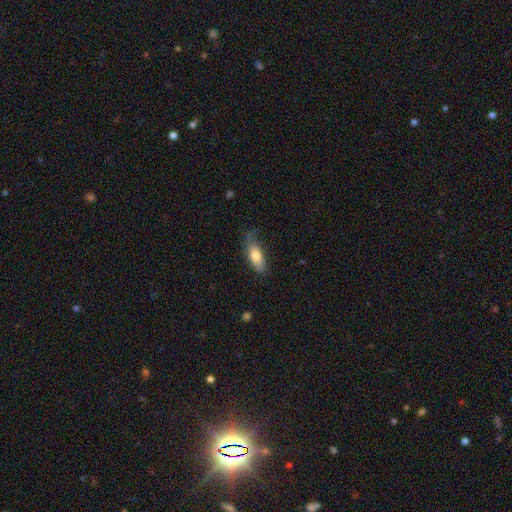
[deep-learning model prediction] This is likely a smooth galaxy (74%). How rounded: likely in between (79%). Merging: possibly none (51%).